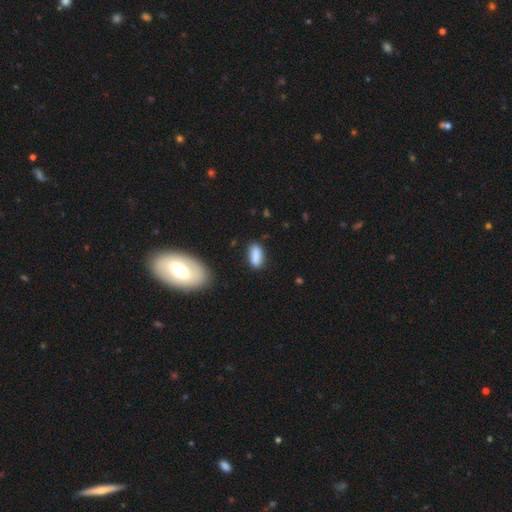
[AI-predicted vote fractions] A smooth galaxy with no disk features (85%) that is in between round and cigar-shaped (81%). Merging: none (78%).